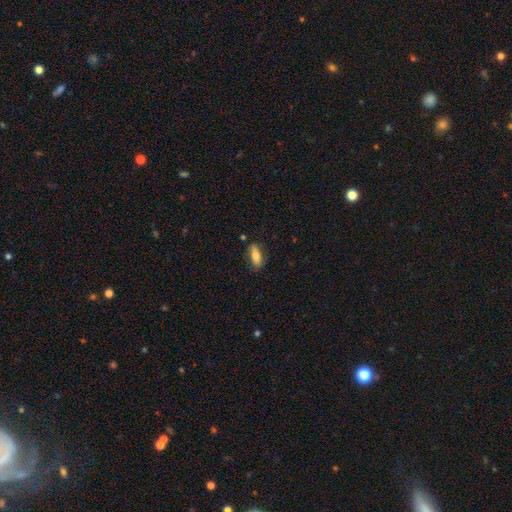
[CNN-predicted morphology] Smooth or featured: smooth — 71% (featured or disk — 22%)
How rounded: in between — 72% (cigar-shaped — 25%)
Merging: none — 76% (minor disturbance — 17%)